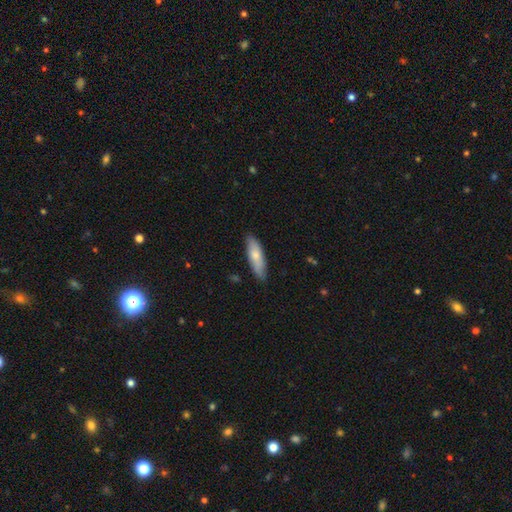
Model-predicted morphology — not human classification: The model was most divided on "how rounded": cigar-shaped: 53%, in between: 45%, round: 2%. More confident: merging — none (84%); smooth or featured — smooth (72%).